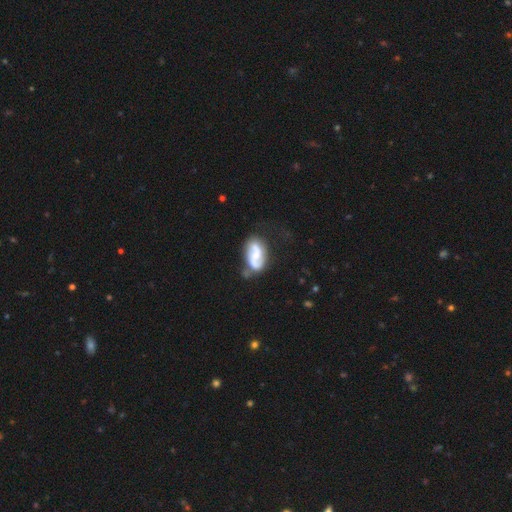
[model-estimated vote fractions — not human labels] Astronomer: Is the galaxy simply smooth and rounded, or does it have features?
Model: featured or disk — 71%.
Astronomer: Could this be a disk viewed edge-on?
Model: no — 97%.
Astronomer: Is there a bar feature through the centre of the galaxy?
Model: no — 49% (runner-up: weak, 37%).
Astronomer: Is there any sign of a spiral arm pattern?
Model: yes — 89%.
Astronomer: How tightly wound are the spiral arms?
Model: medium — 43% (runner-up: loose, 36%).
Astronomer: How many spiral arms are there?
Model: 2 — 85%.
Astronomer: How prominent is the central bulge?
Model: small — 47% (runner-up: moderate, 40%).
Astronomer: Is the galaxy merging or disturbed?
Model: none — 56%.